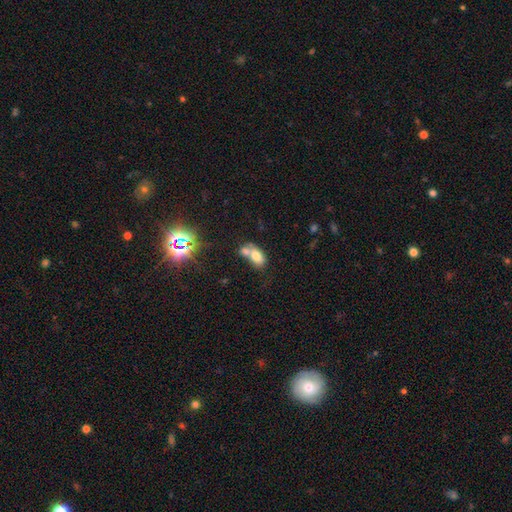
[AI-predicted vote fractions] Smooth or featured? Predicted: smooth (p=0.69). How rounded? Predicted: in between (p=0.84). Merging? Predicted: merger (p=0.60).